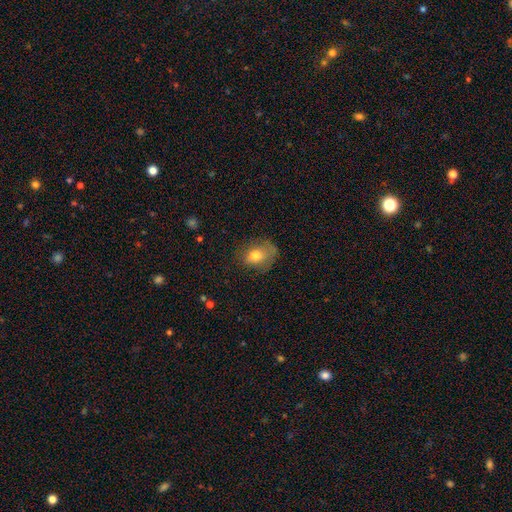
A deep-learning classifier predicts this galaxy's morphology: Overall: smooth (73%). How rounded: in between (65%; round 33%). Merging: none (58%; minor disturbance 27%).